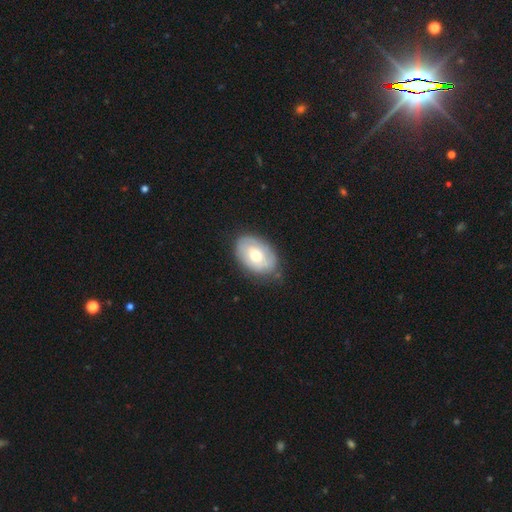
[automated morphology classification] smooth 49%, featured or disk 45%, star or artifact 6%. Down the decision tree: merging — none (73%).